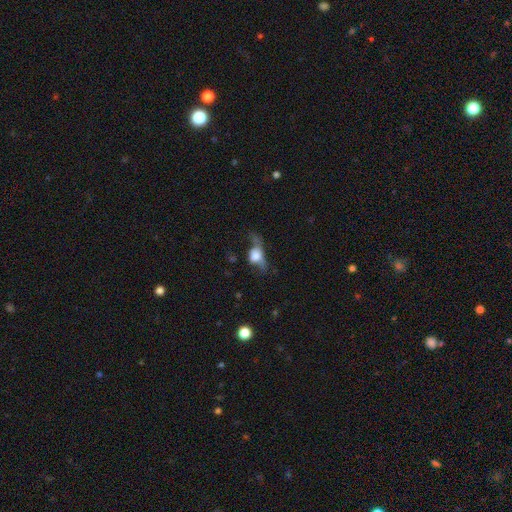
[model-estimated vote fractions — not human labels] Smooth or featured? Predicted: smooth (p=0.53). How rounded? Predicted: in between (p=0.59). Merging? Predicted: major disturbance (p=0.45).